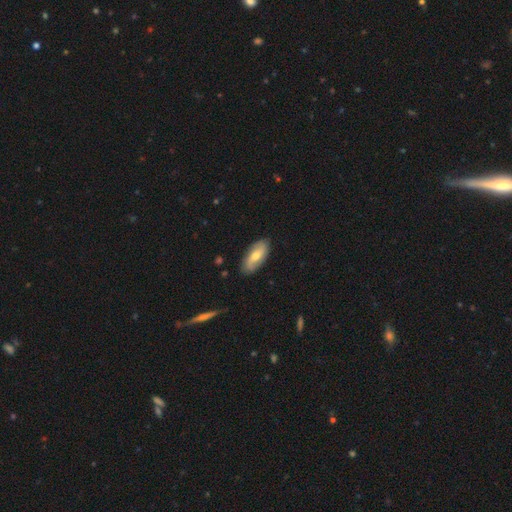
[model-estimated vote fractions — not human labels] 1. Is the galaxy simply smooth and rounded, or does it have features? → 50% featured or disk, 45% smooth, 6% star or artifact.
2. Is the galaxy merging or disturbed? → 86% none, 11% minor disturbance, 2% major disturbance, 1% merger.